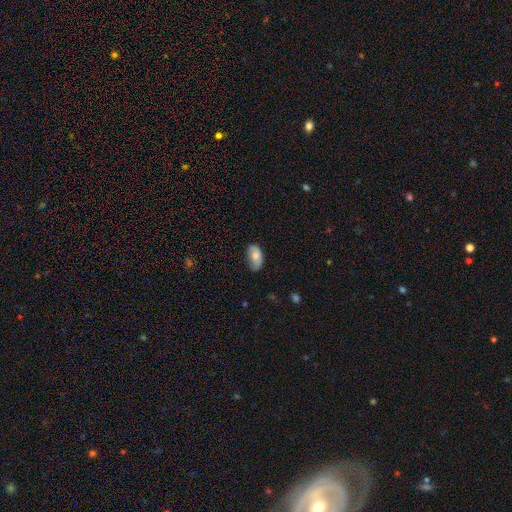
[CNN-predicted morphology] Smooth or featured?
  - smooth: 75% *
  - featured or disk: 18%
  - star or artifact: 7%
How rounded?
  - in between: 94% *
  - round: 4%
  - cigar-shaped: 2%
Merging?
  - none: 59% *
  - minor disturbance: 33%
  - major disturbance: 7%
  - merger: 2%